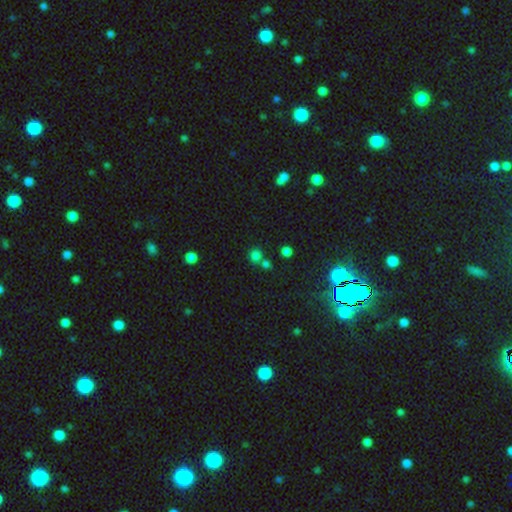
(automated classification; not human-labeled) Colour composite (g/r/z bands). It shows a smooth galaxy with no disk features (72%) that is round (89%). Merging: none (64%).